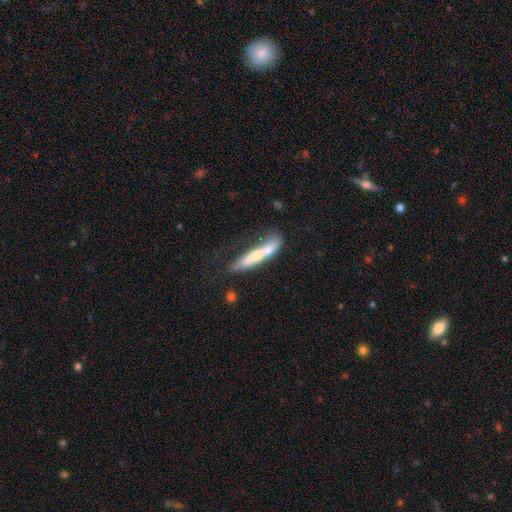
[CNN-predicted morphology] Q: Smooth or featured?
A: smooth (51%); runner-up: featured or disk (41%)
Q: How rounded?
A: cigar-shaped (90%); runner-up: in between (9%)
Q: Merging?
A: none (39%); runner-up: merger (30%)